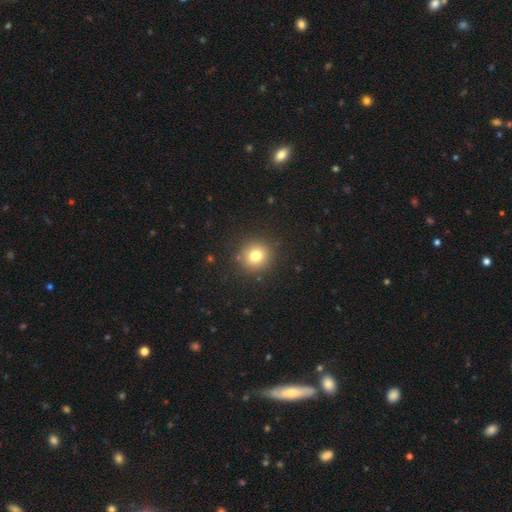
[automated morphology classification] Overall: smooth (78%). How rounded: round (90%). Merging: none (88%).